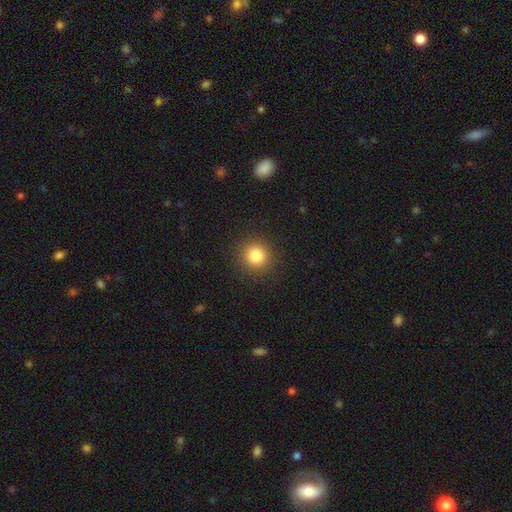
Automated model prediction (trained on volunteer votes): smooth_or_featured: smooth (p=0.83) [alt: star or artifact p=0.12]
how_rounded: round (p=0.92) [alt: in between p=0.07]
merging: none (p=0.91) [alt: minor disturbance p=0.06]